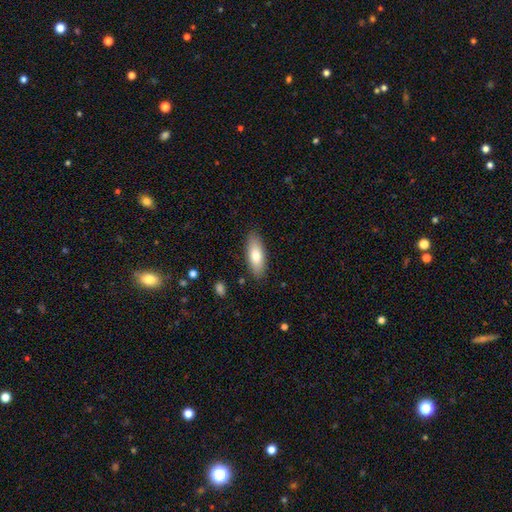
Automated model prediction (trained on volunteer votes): Morphology: type=smooth (75%); roundness=in between (70%); merging=none (86%).